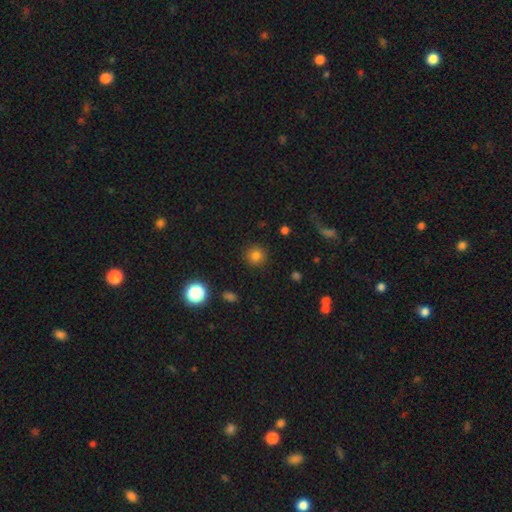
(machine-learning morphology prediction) This is clearly a smooth galaxy (81%). How rounded: clearly round (92%). Merging: clearly none (90%).